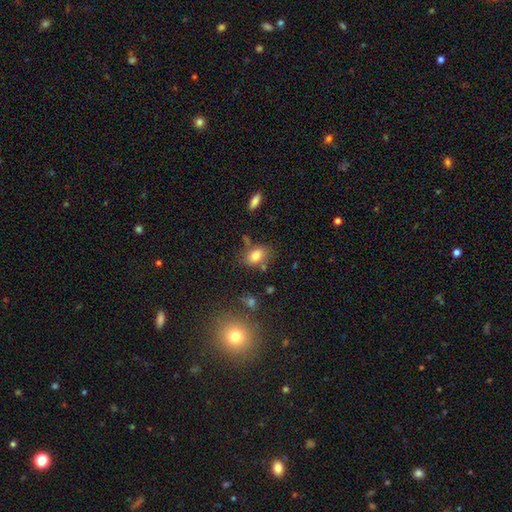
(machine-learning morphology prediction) Smooth or featured? Predicted: smooth (p=0.80). How rounded? Predicted: in between (p=0.81). Merging? Predicted: none (p=0.68).